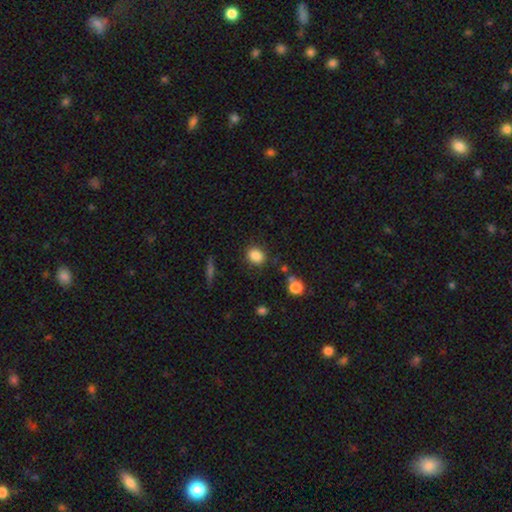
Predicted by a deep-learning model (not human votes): Smooth or featured: smooth — 86% (star or artifact — 9%)
How rounded: round — 54% (in between — 45%)
Merging: none — 84% (minor disturbance — 10%)